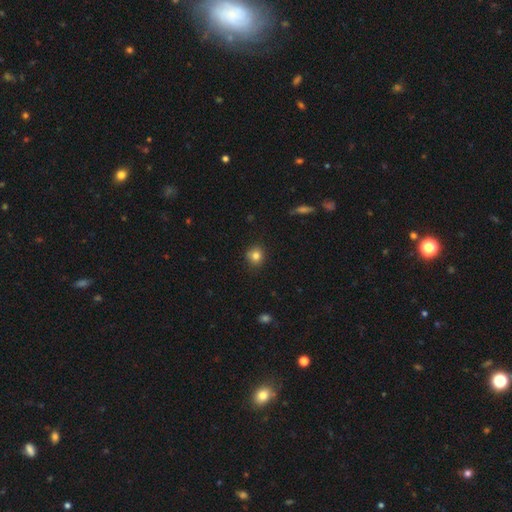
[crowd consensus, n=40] Smooth or featured?
  - smooth: 90% *
  - featured or disk: 8%
  - star or artifact: 2%
How rounded?
  - round: 75% *
  - in between: 25%
  - cigar-shaped: 0%
Merging?
  - none: 90% *
  - minor disturbance: 5%
  - major disturbance: 3%
  - merger: 3%